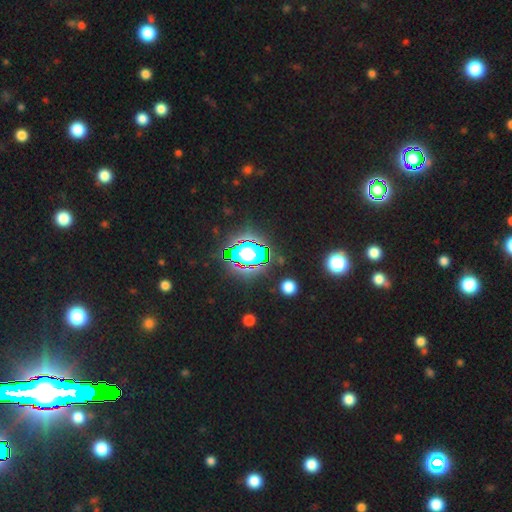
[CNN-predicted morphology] smooth-or-featured: star or artifact: 77% | smooth: 14% | featured or disk: 8%